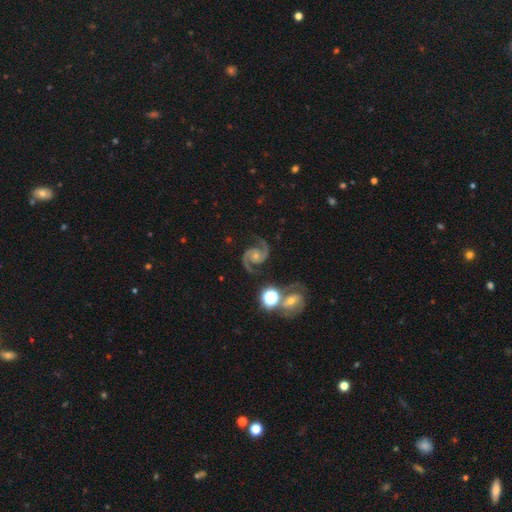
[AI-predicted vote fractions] A featured or disk galaxy (92%) with no bar (69%), 2 (94%) medium (63%) spiral arms (99%) and a small central bulge (61%). Merging: none (79%).